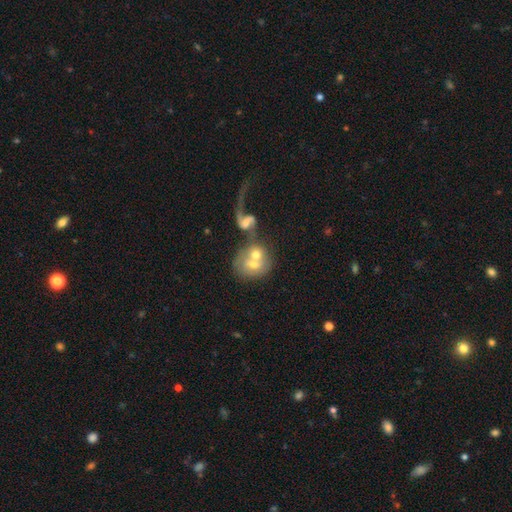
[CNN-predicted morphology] smooth-or-featured: featured or disk: 52% | smooth: 39% | star or artifact: 9%
  disk-edge-on: no: 95% | yes: 5%
  merging: merger: 70% | none: 14% | major disturbance: 11% | minor disturbance: 6%